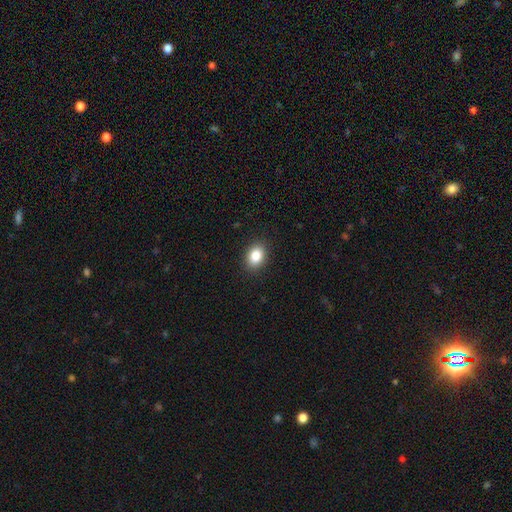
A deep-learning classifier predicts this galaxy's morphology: Smooth or featured: smooth — 85% (star or artifact — 9%)
How rounded: in between — 69% (round — 30%)
Merging: none — 89% (minor disturbance — 8%)